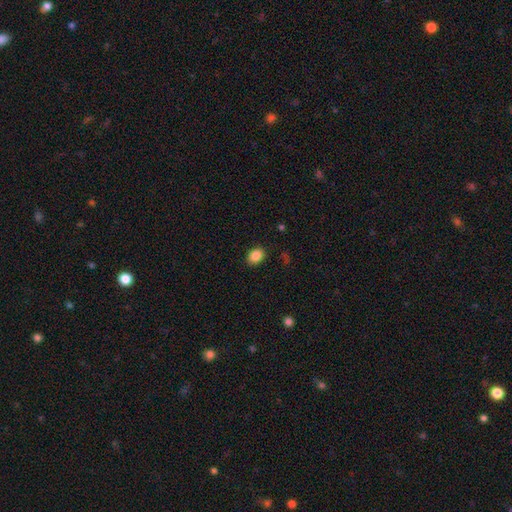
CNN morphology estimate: Overall: smooth (87%). How rounded: in between (68%; round 31%). Merging: none (87%).